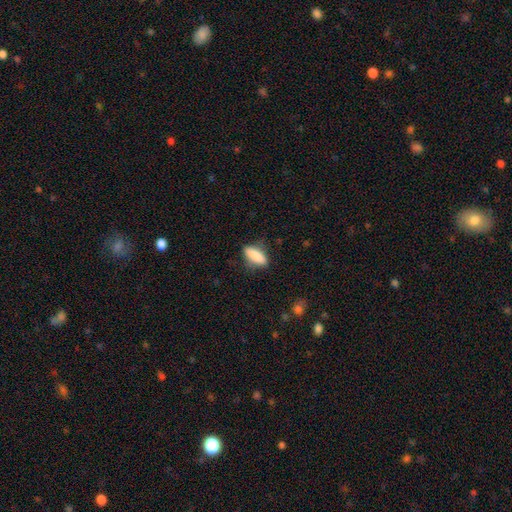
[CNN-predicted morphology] A smooth galaxy with no disk features (82%) that is in between round and cigar-shaped (63%).

Vote fractions:
- Smooth or featured? smooth: 82% / featured or disk: 11% / star or artifact: 7%
- How rounded? in between: 63% / cigar-shaped: 34% / round: 3%
- Merging? none: 77% / minor disturbance: 17% / major disturbance: 4% / merger: 1%